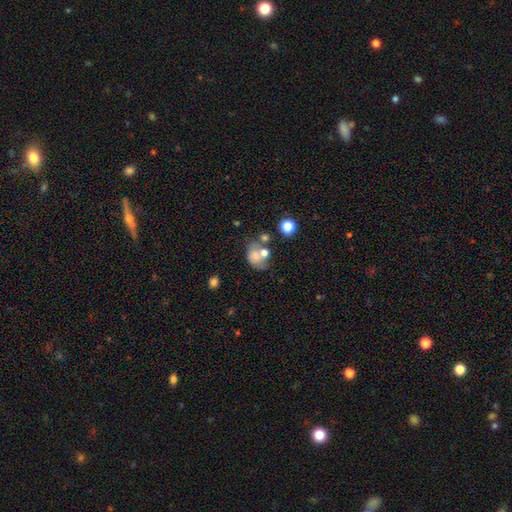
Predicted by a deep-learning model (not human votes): smooth 60%, featured or disk 27%, star or artifact 13%. Down the decision tree: how rounded — in between (64%); merging — merger (31%).